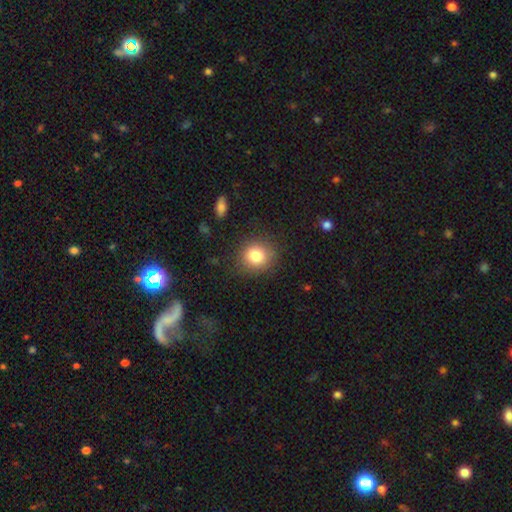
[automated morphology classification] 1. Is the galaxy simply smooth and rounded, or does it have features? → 83% smooth, 10% star or artifact, 7% featured or disk.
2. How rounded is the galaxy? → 80% round, 19% in between, 1% cigar-shaped.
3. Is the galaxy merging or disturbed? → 85% none, 10% minor disturbance, 3% major disturbance, 1% merger.